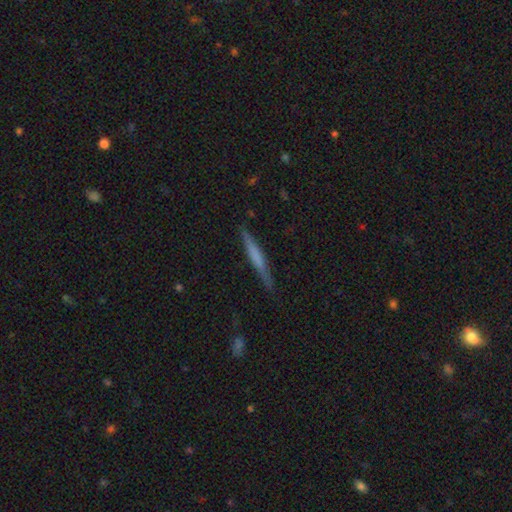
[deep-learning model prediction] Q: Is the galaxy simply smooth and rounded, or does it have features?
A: featured or disk — 47%.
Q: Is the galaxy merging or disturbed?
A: none — 87%.